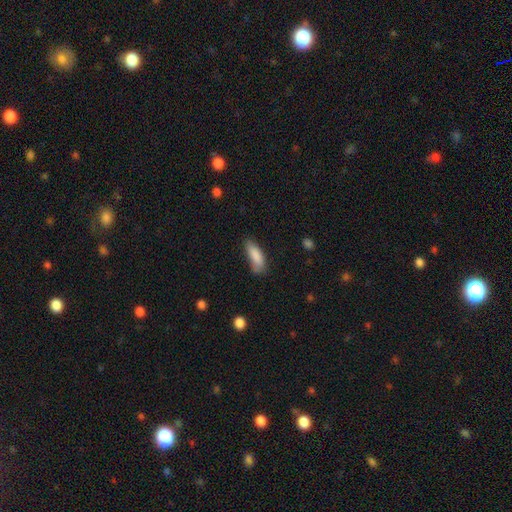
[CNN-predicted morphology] Smooth or featured? Predicted: smooth (p=0.85). How rounded? Predicted: in between (p=0.62). Merging? Predicted: none (p=0.55).